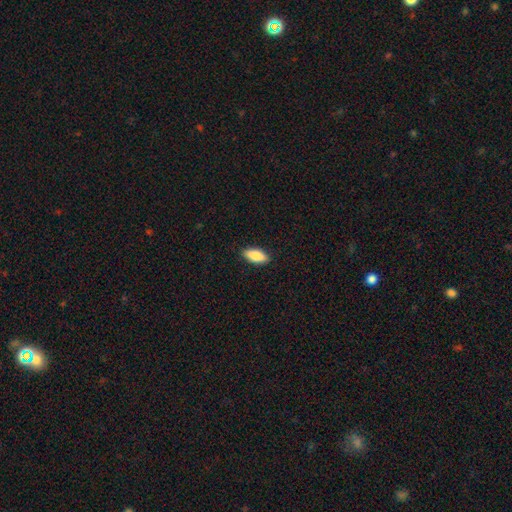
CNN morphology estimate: This is clearly a smooth galaxy (83%). How rounded: clearly in between (81%). Merging: clearly none (89%).